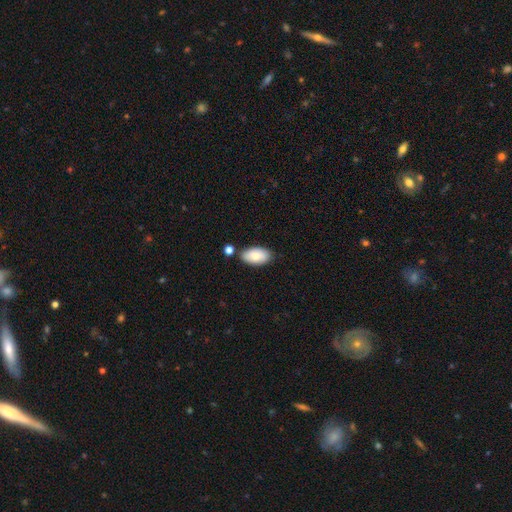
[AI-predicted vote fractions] Overall: smooth (79%). How rounded: in between (95%). Merging: none (76%).